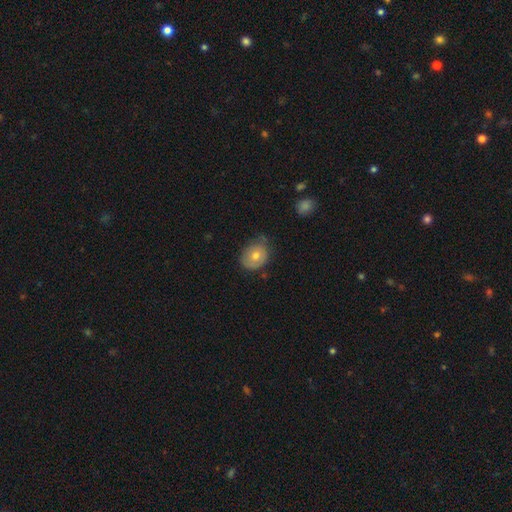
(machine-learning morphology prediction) smooth_or_featured: smooth (p=0.63) [alt: featured or disk p=0.28]
how_rounded: round (p=0.56) [alt: in between p=0.43]
merging: none (p=0.57) [alt: minor disturbance p=0.33]